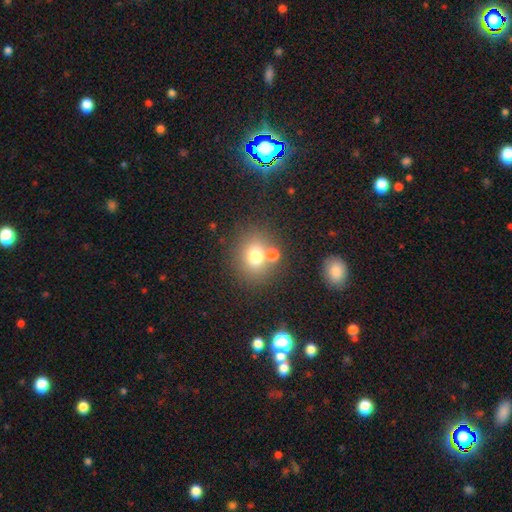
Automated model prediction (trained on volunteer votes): This is likely a smooth galaxy (72%). How rounded: likely round (68%). Merging: likely none (62%).